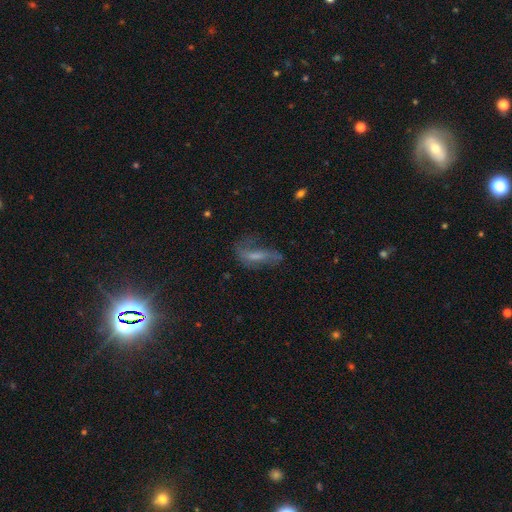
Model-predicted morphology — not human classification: Smooth or featured? Predicted: featured or disk (p=0.53). Edge-on disk? Predicted: no (p=0.83). Merging? Predicted: none (p=0.45).